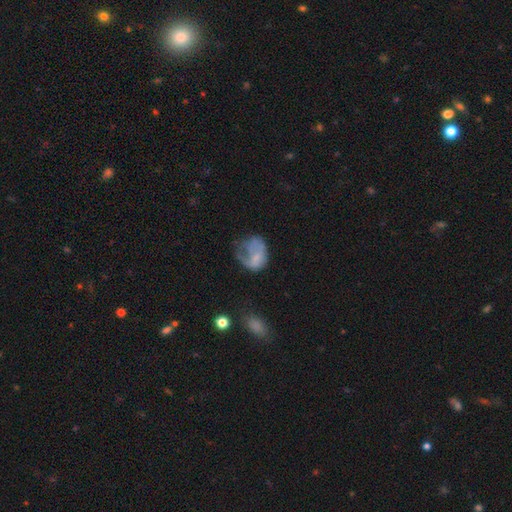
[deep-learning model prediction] smooth 53%, featured or disk 36%, star or artifact 11%. Down the decision tree: how rounded — in between (59%); merging — major disturbance (50%).